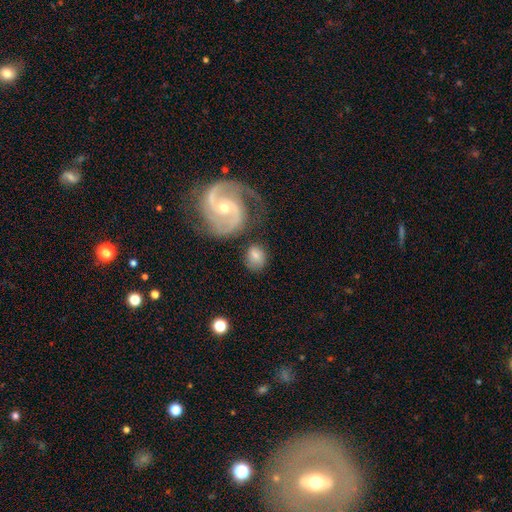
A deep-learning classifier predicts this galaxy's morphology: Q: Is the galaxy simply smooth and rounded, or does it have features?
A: smooth — 59%.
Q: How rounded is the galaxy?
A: round — 52%.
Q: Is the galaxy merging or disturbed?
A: none — 67%.